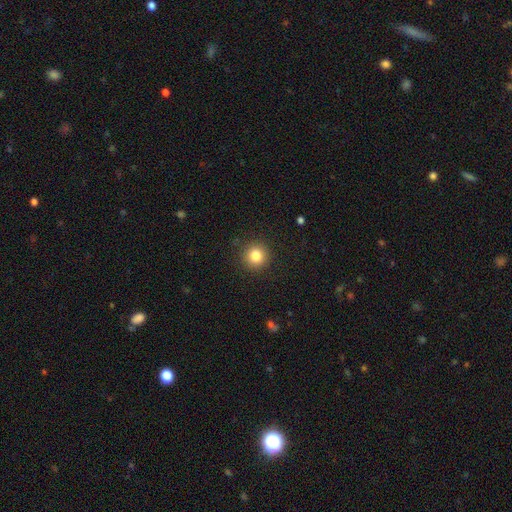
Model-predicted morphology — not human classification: A smooth galaxy with no disk features (83%) that is round (94%).

Vote fractions:
- Smooth or featured? smooth: 83% / star or artifact: 11% / featured or disk: 6%
- How rounded? round: 94% / in between: 5% / cigar-shaped: 1%
- Merging? none: 91% / minor disturbance: 6% / major disturbance: 2% / merger: 1%